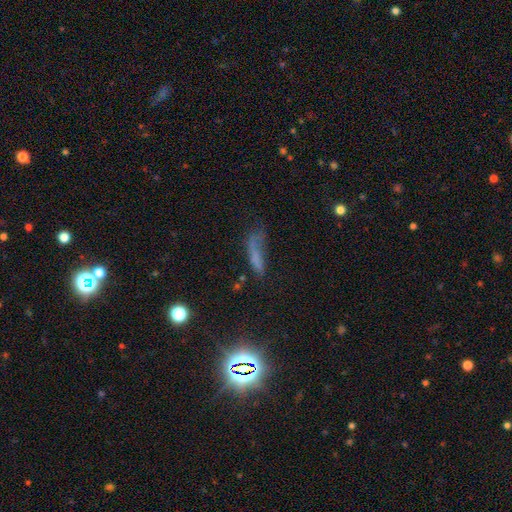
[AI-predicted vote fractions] Morphology: type=smooth (49%); merging=none (36%).